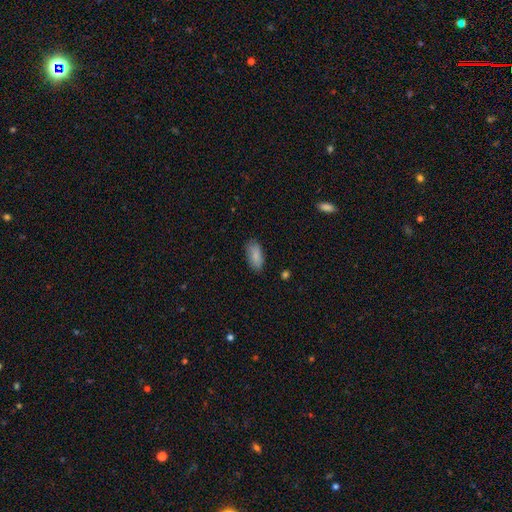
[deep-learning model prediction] Morphology: type=smooth (86%); roundness=in between (87%); merging=none (82%).